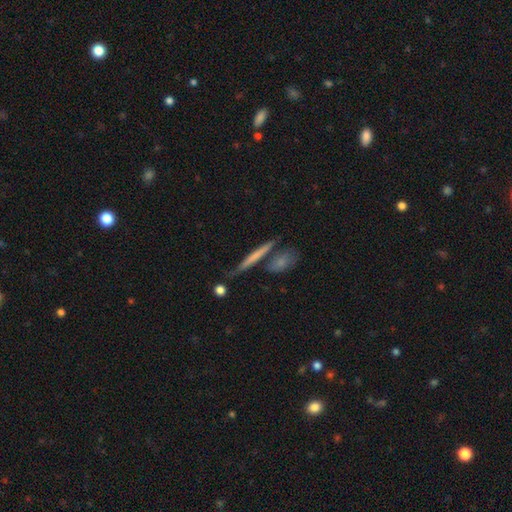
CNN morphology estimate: type=smooth (52%); roundness=cigar-shaped (90%); merging=none (67%).